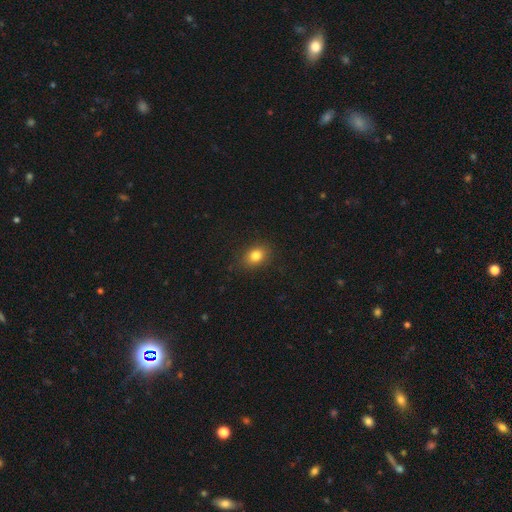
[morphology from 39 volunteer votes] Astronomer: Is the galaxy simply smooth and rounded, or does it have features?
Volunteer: smooth — 87%.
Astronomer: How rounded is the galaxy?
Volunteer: round — 50%, tied with in between at 50%.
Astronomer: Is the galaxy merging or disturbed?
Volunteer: none — 81%.